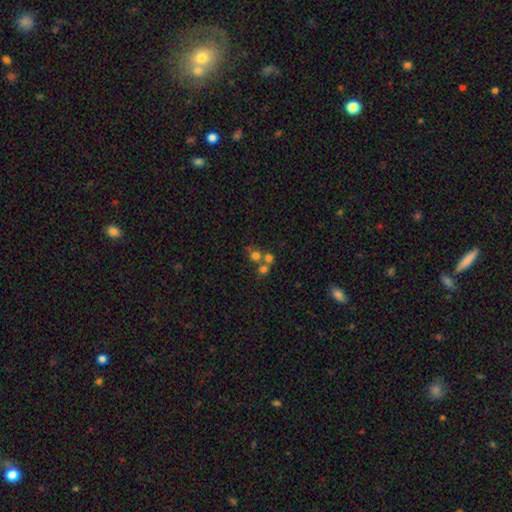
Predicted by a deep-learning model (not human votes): Smooth or featured?
  - smooth: 65% *
  - star or artifact: 19%
  - featured or disk: 16%
How rounded?
  - round: 86% *
  - in between: 13%
  - cigar-shaped: 1%
Merging?
  - merger: 48% *
  - none: 42%
  - minor disturbance: 6%
  - major disturbance: 4%